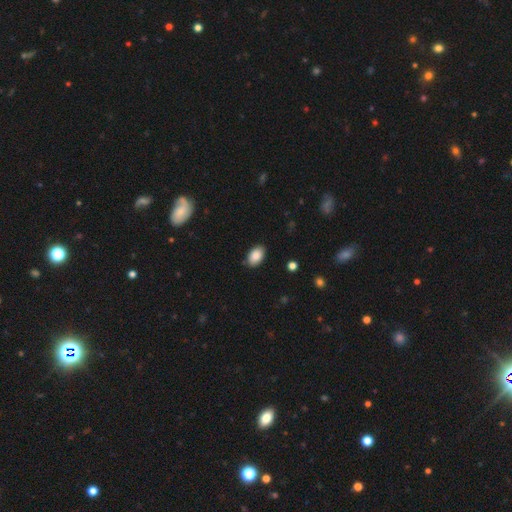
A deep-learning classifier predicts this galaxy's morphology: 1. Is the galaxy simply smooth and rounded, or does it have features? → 88% smooth, 7% star or artifact, 5% featured or disk.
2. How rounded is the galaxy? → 91% in between, 8% round, 1% cigar-shaped.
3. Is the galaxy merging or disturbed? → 84% none, 13% minor disturbance, 2% major disturbance, 1% merger.